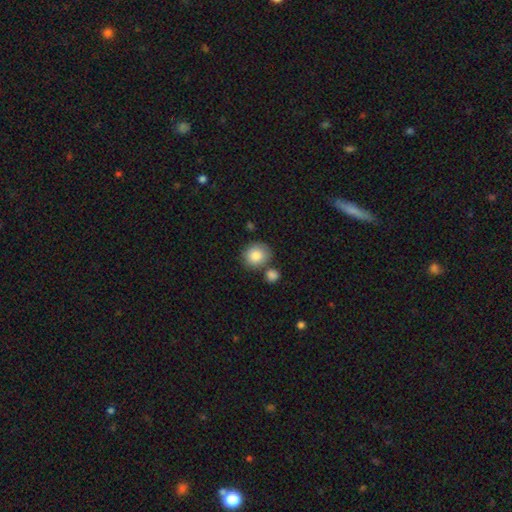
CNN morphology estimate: smooth-or-featured: smooth: 85% | featured or disk: 8% | star or artifact: 7%
  how-rounded: round: 78% | in between: 21% | cigar-shaped: 1%
  merging: none: 66% | merger: 17% | minor disturbance: 13% | major disturbance: 4%